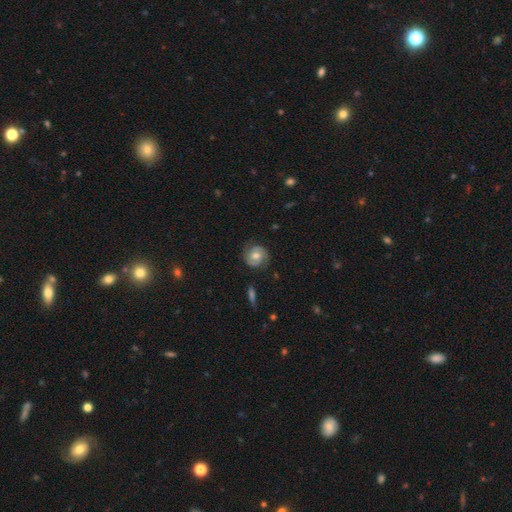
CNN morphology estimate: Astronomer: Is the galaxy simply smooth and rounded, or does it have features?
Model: featured or disk — 62%.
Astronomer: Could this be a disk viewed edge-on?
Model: no — 97%.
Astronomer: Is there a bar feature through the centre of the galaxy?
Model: no — 65%.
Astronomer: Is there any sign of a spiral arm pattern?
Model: yes — 87%.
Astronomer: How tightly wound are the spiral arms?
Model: tight — 52% (runner-up: medium, 36%).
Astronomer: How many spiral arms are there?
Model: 2 — 82%.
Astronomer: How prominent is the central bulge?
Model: moderate — 73%.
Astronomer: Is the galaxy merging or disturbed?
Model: none — 80%.